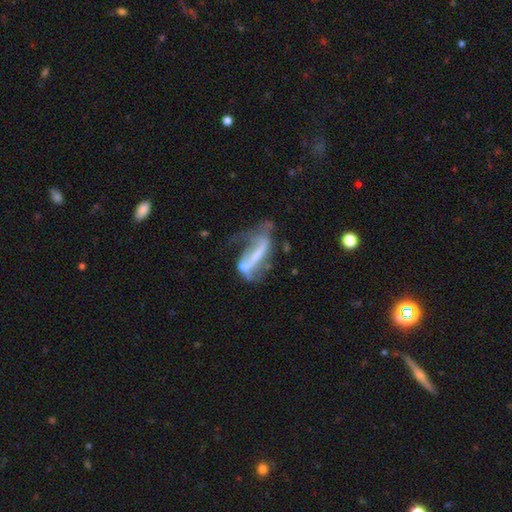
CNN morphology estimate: Smooth or featured? featured or disk (67%)
Edge-on disk? no (80%)
Bar? strong (55%)
Spiral arms? yes (56%)
Bulge size? none (40%)
Merging? major disturbance (44%)